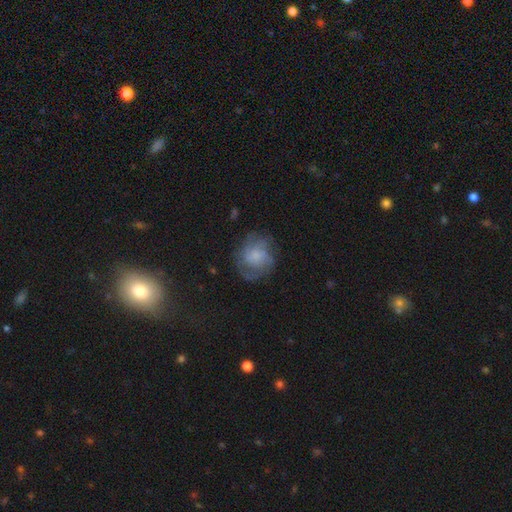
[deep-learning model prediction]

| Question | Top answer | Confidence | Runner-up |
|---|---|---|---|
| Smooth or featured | featured or disk | 48% | smooth (42%) |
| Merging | none | 63% | minor disturbance (21%) |